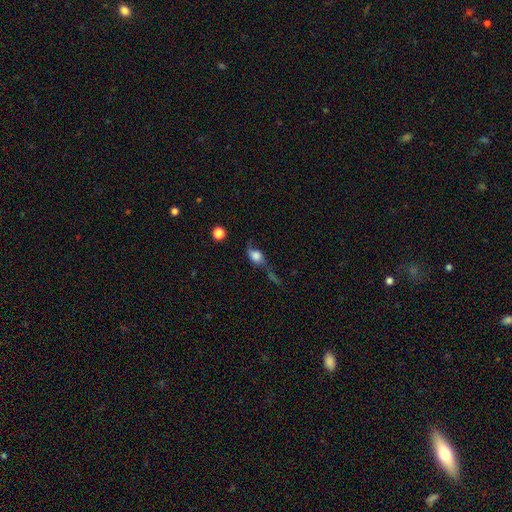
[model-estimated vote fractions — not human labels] Smooth or featured?
  - smooth: 50% *
  - featured or disk: 38%
  - star or artifact: 12%
Merging?
  - major disturbance: 34% *
  - none: 29%
  - minor disturbance: 21%
  - merger: 15%